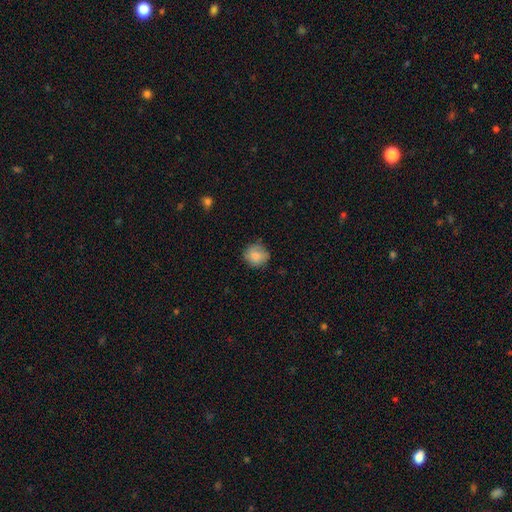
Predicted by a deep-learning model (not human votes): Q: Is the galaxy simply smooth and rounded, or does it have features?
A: smooth — 83%.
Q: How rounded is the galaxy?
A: round — 87%.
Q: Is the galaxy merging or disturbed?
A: none — 77%.